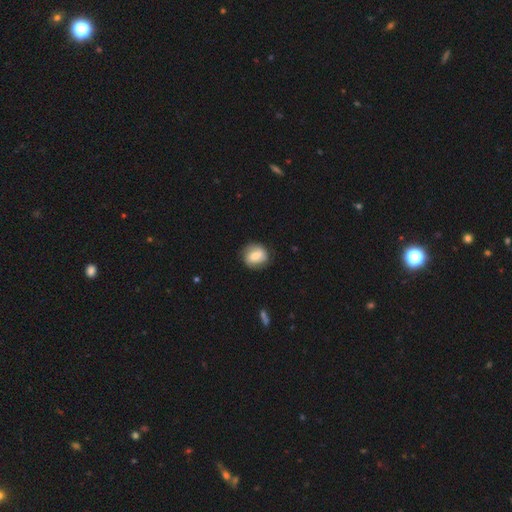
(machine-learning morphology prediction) Smooth or featured? Predicted: smooth (p=0.64). How rounded? Predicted: round (p=0.72). Merging? Predicted: none (p=0.81).